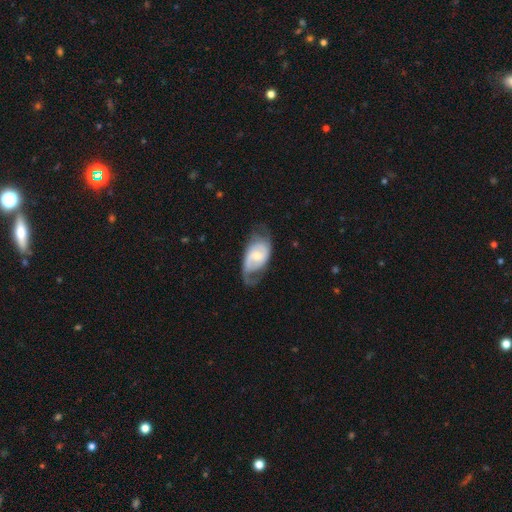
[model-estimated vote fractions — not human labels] smooth_or_featured: featured or disk (p=0.74) [alt: smooth p=0.21]
disk_edge_on: no (p=0.96) [alt: yes p=0.04]
bar: no (p=0.47) [alt: weak p=0.43]
has_spiral_arms: yes (p=0.89) [alt: no p=0.11]
spiral_winding: medium (p=0.43) [alt: loose p=0.32]
spiral_arm_count: 2 (p=0.66) [alt: 1 p=0.15]
bulge_size: moderate (p=0.47) [alt: small p=0.45]
merging: none (p=0.50) [alt: minor disturbance p=0.26]